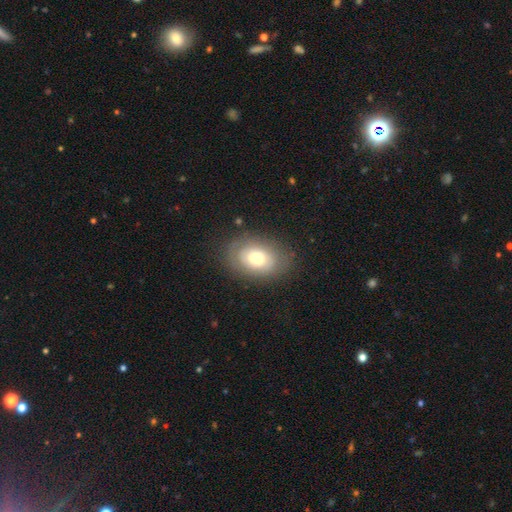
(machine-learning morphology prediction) A smooth galaxy with no disk features (60%) that is in between round and cigar-shaped (77%).

Vote fractions:
- Smooth or featured? smooth: 60% / featured or disk: 31% / star or artifact: 9%
- How rounded? in between: 77% / round: 22% / cigar-shaped: 1%
- Merging? none: 81% / minor disturbance: 13% / major disturbance: 5% / merger: 1%